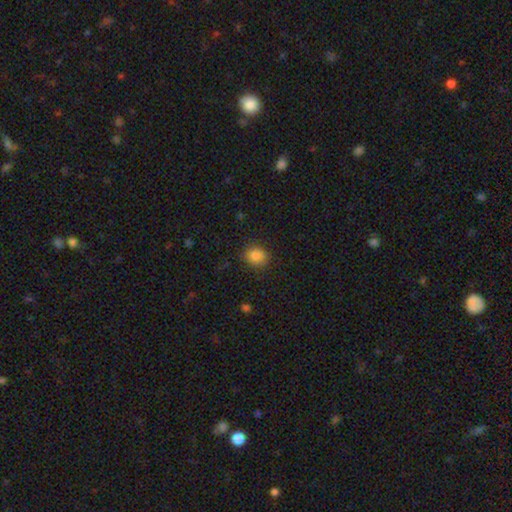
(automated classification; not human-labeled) smooth 86%, star or artifact 10%, featured or disk 4%. Down the decision tree: how rounded — round (66%); merging — none (83%).